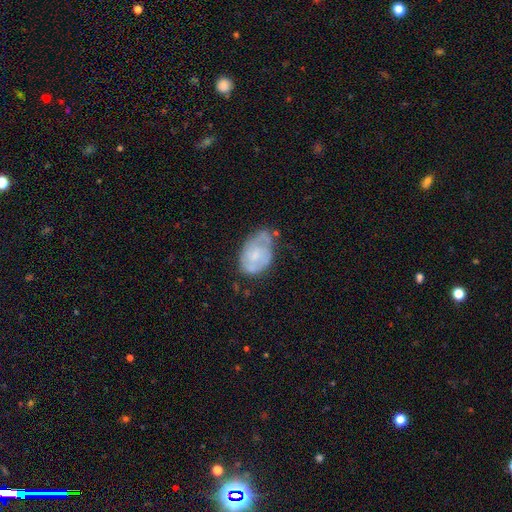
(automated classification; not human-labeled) Smooth or featured: featured or disk — 52% (smooth — 41%)
Edge-on disk: no — 97% (yes — 3%)
Bar: no — 73% (weak — 23%)
Spiral arms: yes — 59% (no — 41%)
Bulge size: small — 46% (moderate — 30%)
Merging: none — 42% (minor disturbance — 38%)